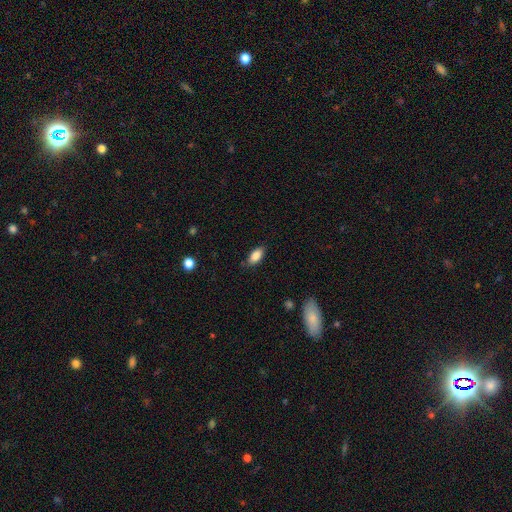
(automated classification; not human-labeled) Smooth or featured? smooth (86%)
How rounded? in between (88%)
Merging? none (81%)